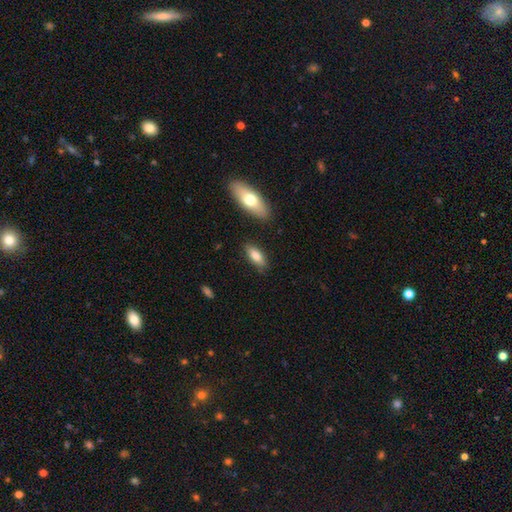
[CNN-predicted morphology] smooth-or-featured: smooth: 78% | featured or disk: 16% | star or artifact: 6%
  how-rounded: in between: 75% | cigar-shaped: 22% | round: 2%
  merging: none: 83% | minor disturbance: 12% | merger: 3% | major disturbance: 2%